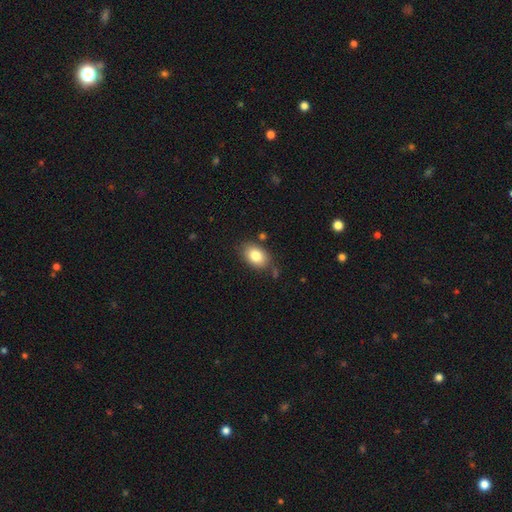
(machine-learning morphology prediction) smooth_or_featured: smooth (p=0.82) [alt: featured or disk p=0.10]
how_rounded: in between (p=0.85) [alt: round p=0.13]
merging: none (p=0.79) [alt: minor disturbance p=0.14]